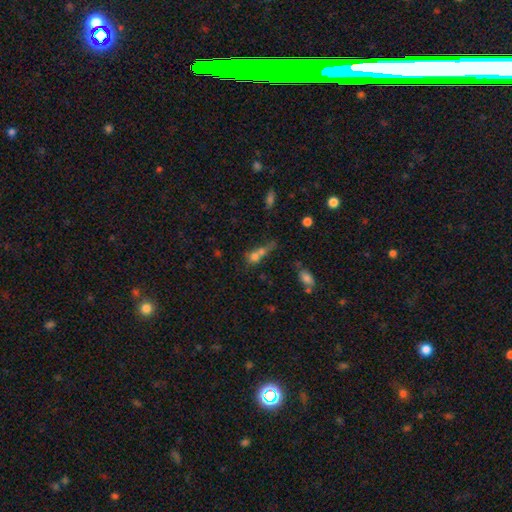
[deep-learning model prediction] Morphology: type=smooth (66%); roundness=round (52%); merging=merger (60%).